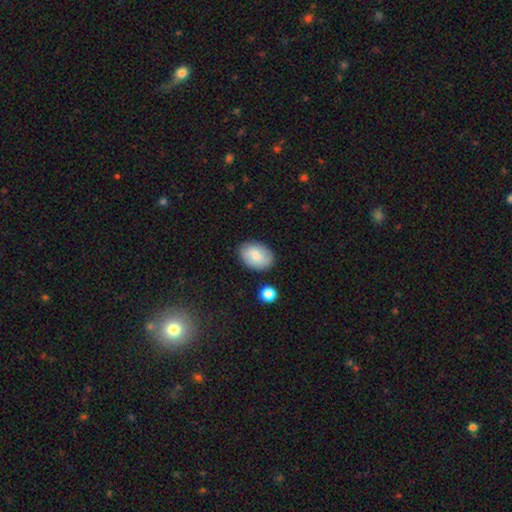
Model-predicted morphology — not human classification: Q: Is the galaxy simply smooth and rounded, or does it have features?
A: smooth — 80%.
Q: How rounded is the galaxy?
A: in between — 86%.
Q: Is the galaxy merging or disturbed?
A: none — 83%.